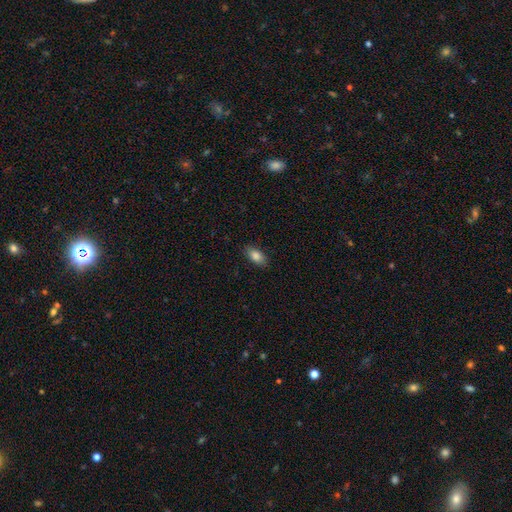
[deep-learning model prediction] smooth_or_featured: smooth (p=0.85) [alt: star or artifact p=0.07]
how_rounded: in between (p=0.89) [alt: cigar-shaped p=0.07]
merging: none (p=0.86) [alt: minor disturbance p=0.10]